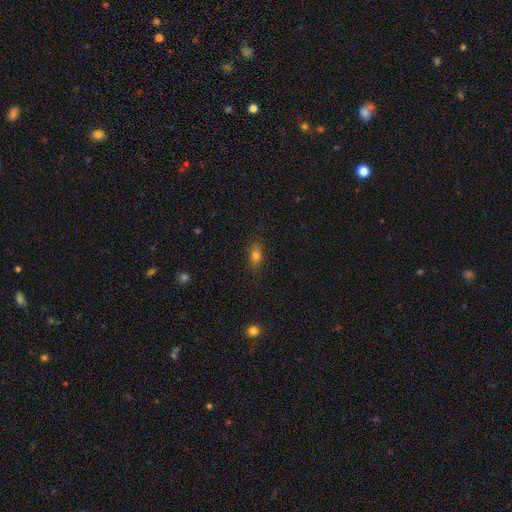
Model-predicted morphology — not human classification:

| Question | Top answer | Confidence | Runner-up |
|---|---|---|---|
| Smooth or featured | smooth | 77% | star or artifact (13%) |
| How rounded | in between | 77% | round (14%) |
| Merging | none | 82% | minor disturbance (13%) |